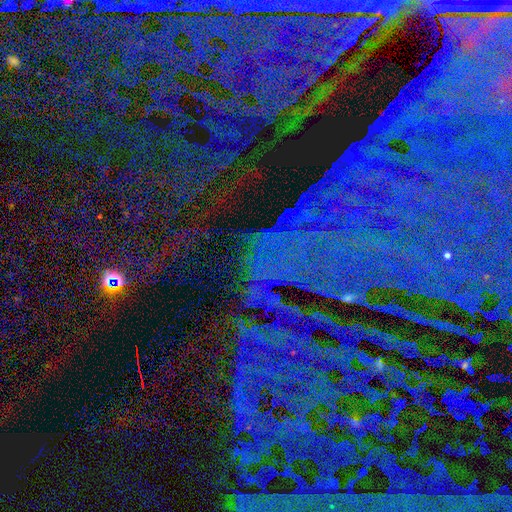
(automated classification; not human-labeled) Overall: star or artifact (86%).